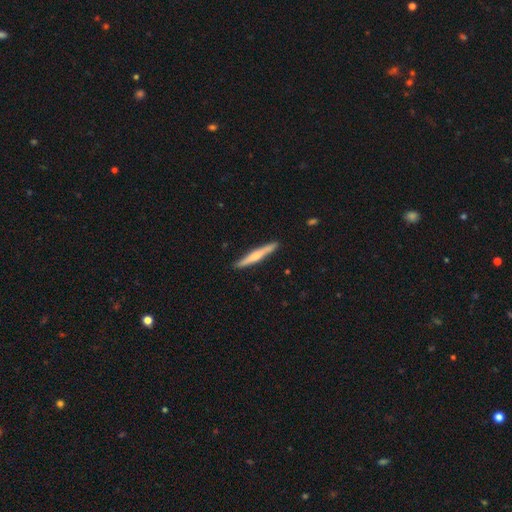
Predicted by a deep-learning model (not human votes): Overall: smooth (49%; featured or disk 46%). Merging: none (90%).